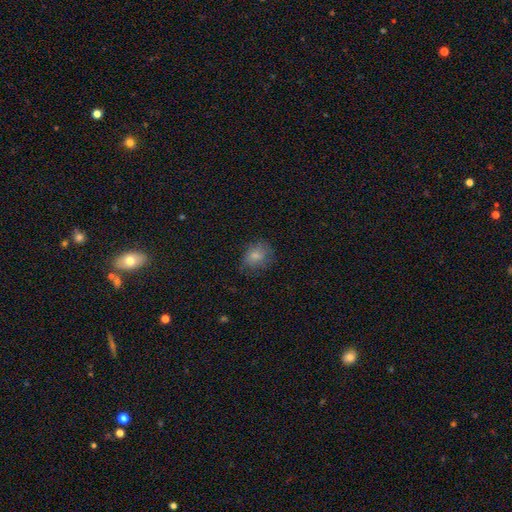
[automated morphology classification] Overall: smooth (78%). How rounded: round (57%; in between 42%). Merging: none (69%).